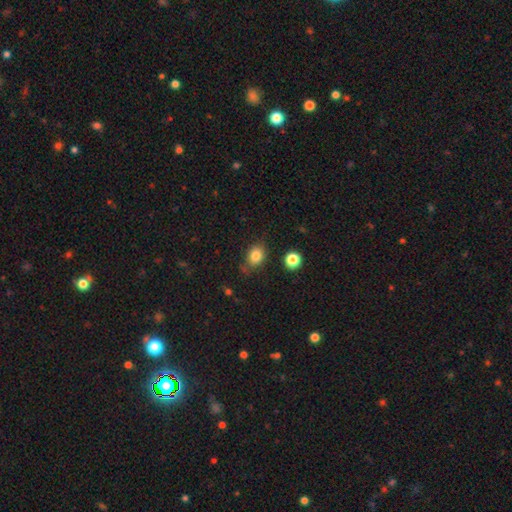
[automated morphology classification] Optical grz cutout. It shows a smooth galaxy with no disk features (82%) that is in between round and cigar-shaped (58%). Merging: none (72%).